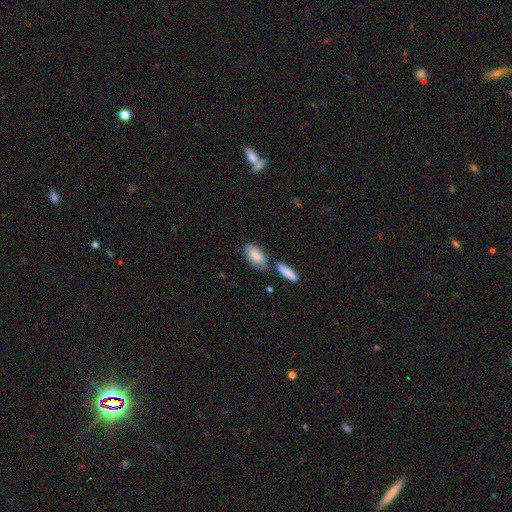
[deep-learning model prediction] Smooth or featured?
  - smooth: 82% *
  - featured or disk: 12%
  - star or artifact: 6%
How rounded?
  - in between: 91% *
  - cigar-shaped: 6%
  - round: 3%
Merging?
  - none: 59% *
  - merger: 18%
  - minor disturbance: 18%
  - major disturbance: 5%